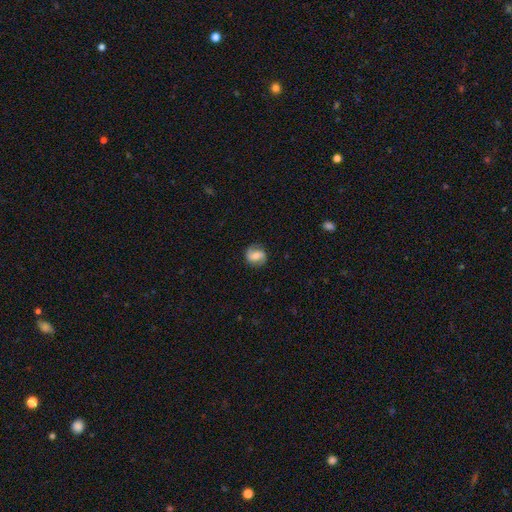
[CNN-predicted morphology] Smooth or featured? featured or disk (65%)
Edge-on disk? no (97%)
Bar? weak (43%)
Spiral arms? yes (93%)
Spiral winding? medium (45%)
Spiral arm count? 2 (89%)
Bulge size? moderate (51%)
Merging? none (82%)